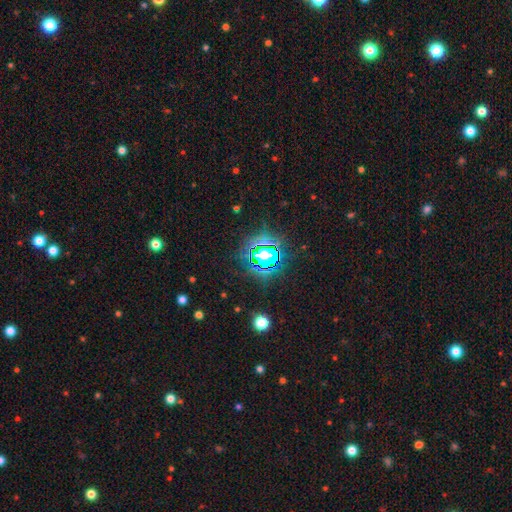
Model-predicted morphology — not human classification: type=star or artifact (83%).